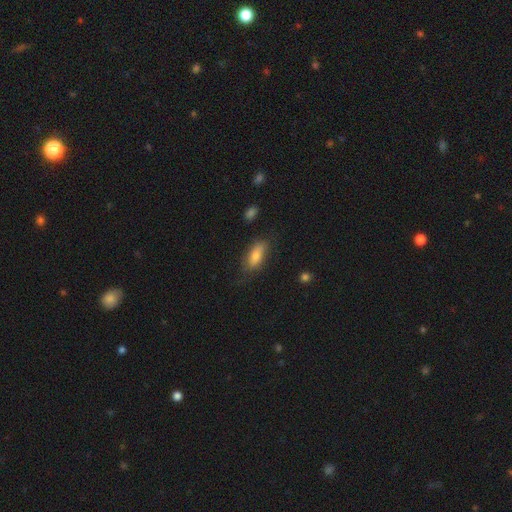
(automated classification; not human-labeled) A smooth galaxy with no disk features (77%) that is in between round and cigar-shaped (78%). Merging: none (69%).